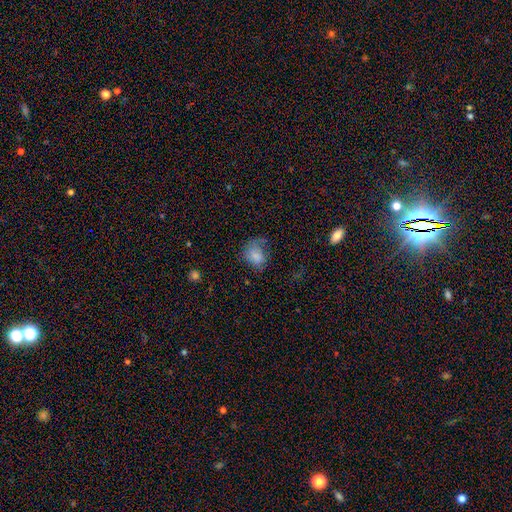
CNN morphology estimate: type=smooth (78%); roundness=in between (54%); merging=none (44%).